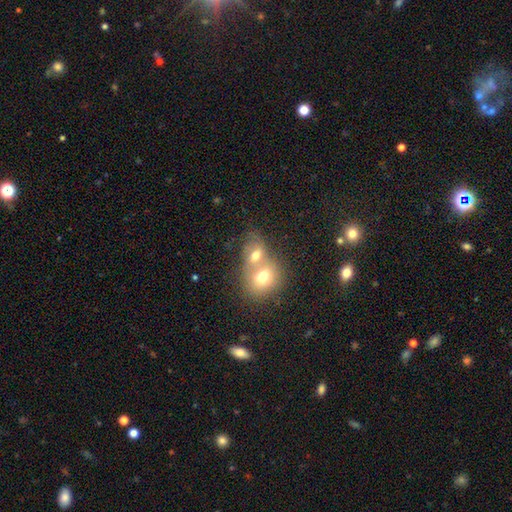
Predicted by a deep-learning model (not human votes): Q: Smooth or featured?
A: smooth (64%); runner-up: featured or disk (25%)
Q: How rounded?
A: round (50%); runner-up: in between (49%)
Q: Merging?
A: merger (70%); runner-up: none (21%)